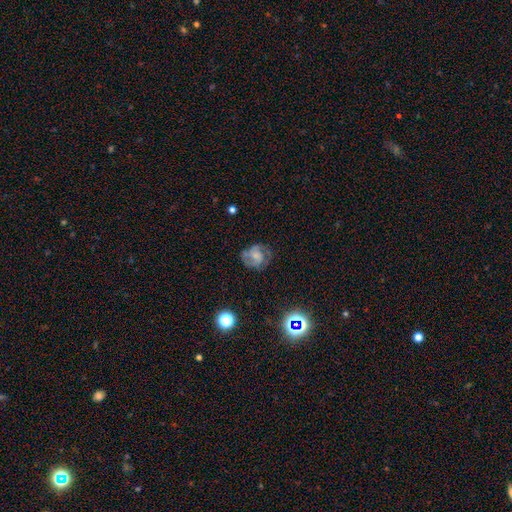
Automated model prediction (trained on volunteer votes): This is likely a featured or disk galaxy (64%). It is clearly not viewed edge-on (98%). Bar: likely no (63%). Spiral arm pattern: clearly yes (85%). Spiral arm count: possibly 2 (57%). Spiral winding: marginally medium (45%). Central bulge: marginally small (43%). Merging: likely none (63%).